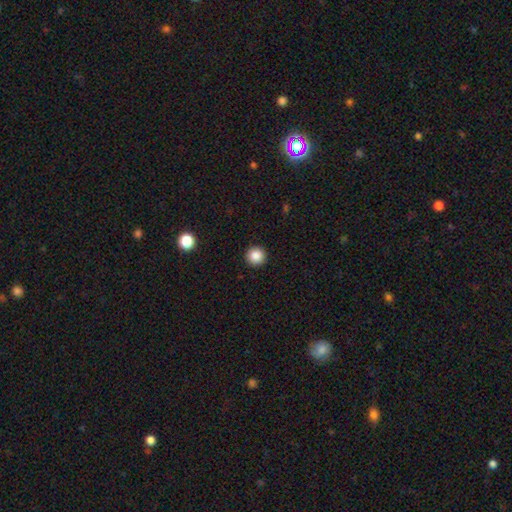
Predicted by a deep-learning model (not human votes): This appears to be a smooth galaxy with no disk features (87%) that is round (96%). Merging: none (93%).